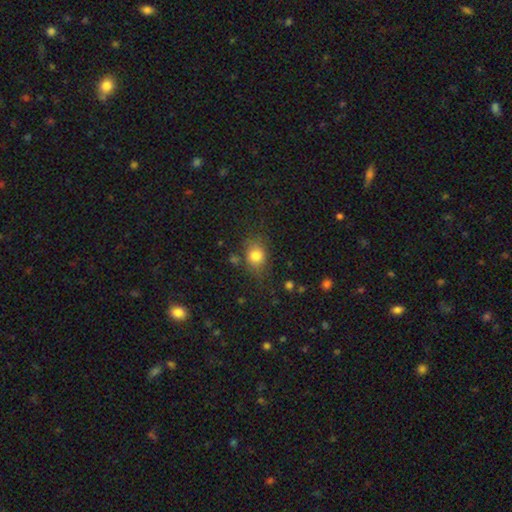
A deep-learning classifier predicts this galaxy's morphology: This is clearly a smooth galaxy (80%). How rounded: possibly in between (52%). Merging: likely none (70%).